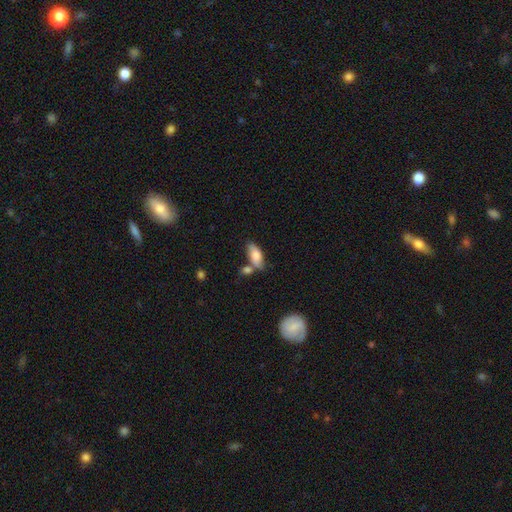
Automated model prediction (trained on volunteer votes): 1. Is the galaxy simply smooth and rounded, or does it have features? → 75% smooth, 18% featured or disk, 7% star or artifact.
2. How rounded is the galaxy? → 85% in between, 12% cigar-shaped, 3% round.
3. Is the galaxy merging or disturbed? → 51% none, 22% merger, 20% minor disturbance, 7% major disturbance.